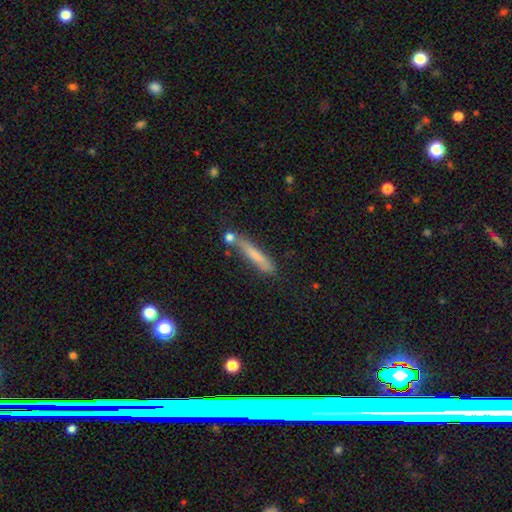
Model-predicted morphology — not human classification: The model was most divided on "smooth or featured": smooth: 67%, featured or disk: 25%, star or artifact: 8%. More confident: how rounded — cigar-shaped (93%); merging — none (66%).